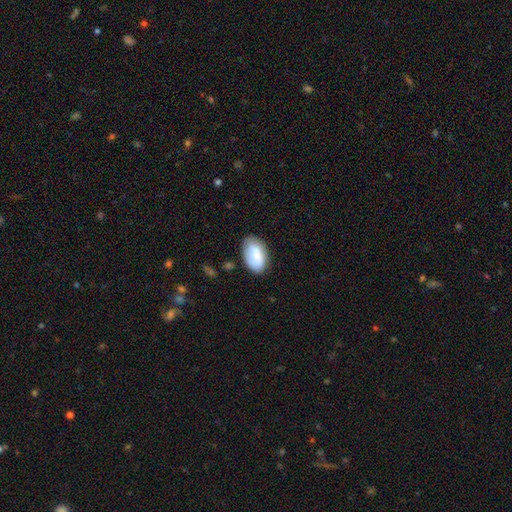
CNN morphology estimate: Smooth or featured? Predicted: smooth (p=0.81). How rounded? Predicted: in between (p=0.93). Merging? Predicted: none (p=0.72).